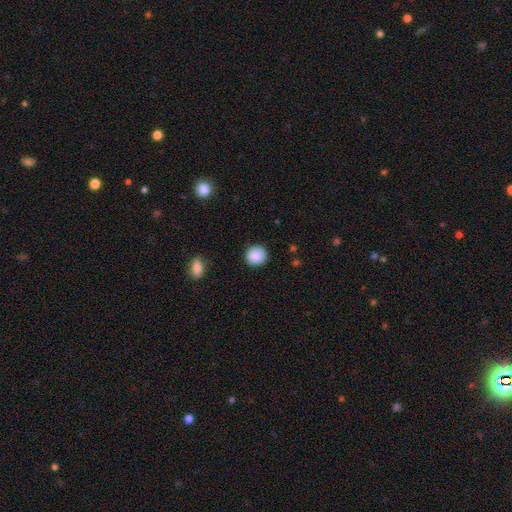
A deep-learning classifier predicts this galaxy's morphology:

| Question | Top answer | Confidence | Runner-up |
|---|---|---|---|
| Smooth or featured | smooth | 89% | star or artifact (8%) |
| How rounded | round | 92% | in between (7%) |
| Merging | none | 91% | minor disturbance (6%) |